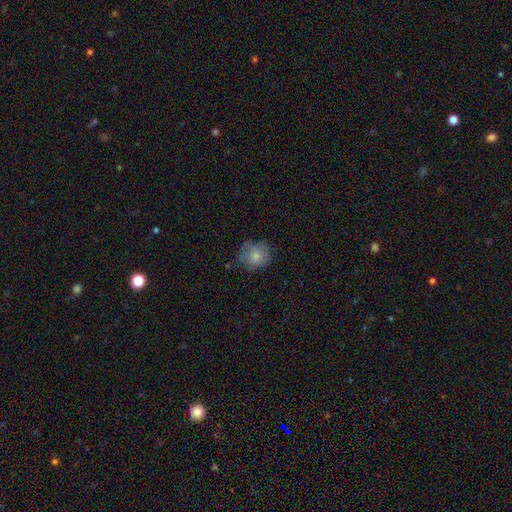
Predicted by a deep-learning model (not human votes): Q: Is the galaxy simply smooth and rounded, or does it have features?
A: smooth — 77%.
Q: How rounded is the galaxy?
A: round — 85%.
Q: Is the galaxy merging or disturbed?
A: none — 68%.